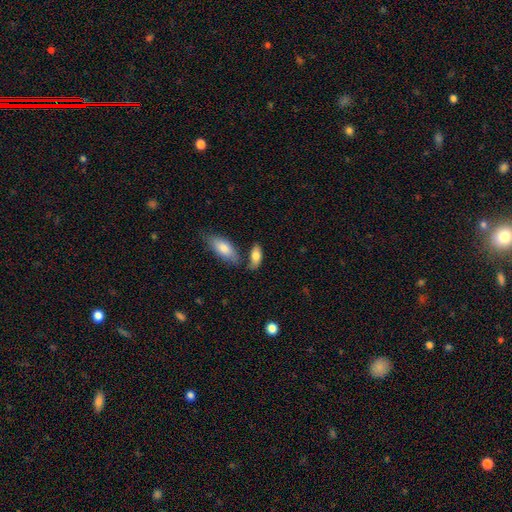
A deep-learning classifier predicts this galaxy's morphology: Smooth or featured: smooth — 80% (featured or disk — 14%)
How rounded: in between — 84% (cigar-shaped — 13%)
Merging: none — 59% (merger — 18%)